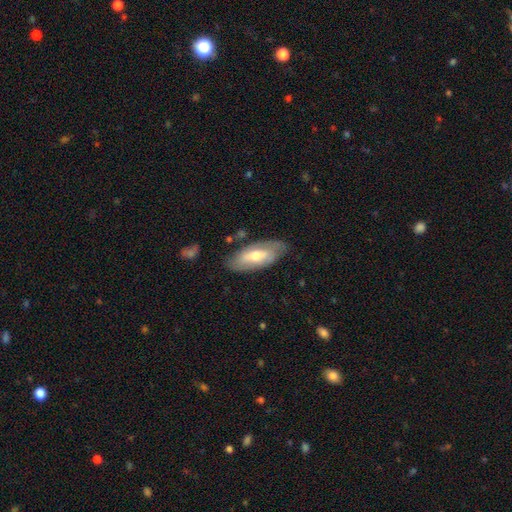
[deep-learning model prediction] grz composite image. It shows a featured or disk galaxy (48%). Merging: none (75%).